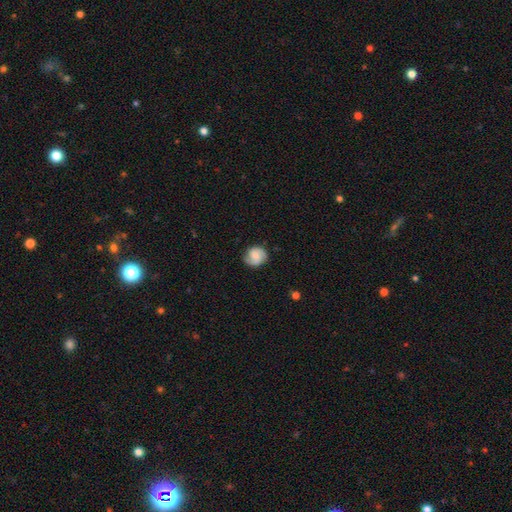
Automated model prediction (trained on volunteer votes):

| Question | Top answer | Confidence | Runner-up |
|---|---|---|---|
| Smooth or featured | featured or disk | 53% | smooth (39%) |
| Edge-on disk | no | 98% | yes (2%) |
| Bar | no | 53% | weak (38%) |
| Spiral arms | yes | 93% | no (7%) |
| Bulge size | small | 39% | moderate (28%) |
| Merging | none | 79% | minor disturbance (15%) |